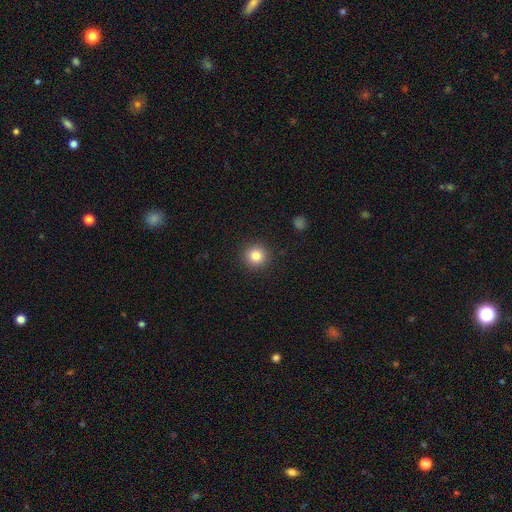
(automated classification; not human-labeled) smooth-or-featured: smooth: 83% | star or artifact: 11% | featured or disk: 6%
  how-rounded: round: 95% | in between: 4% | cigar-shaped: 1%
  merging: none: 92% | minor disturbance: 5% | major disturbance: 2% | merger: 1%